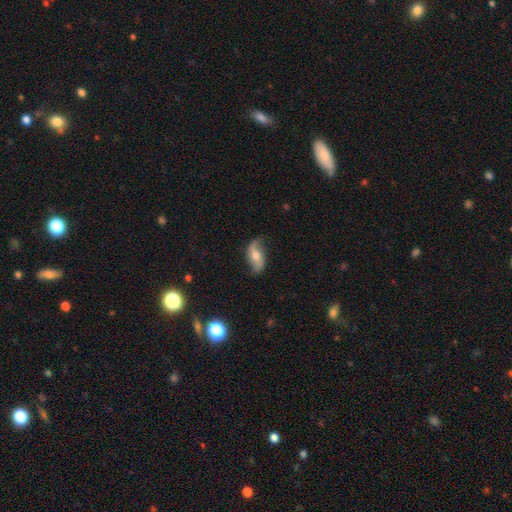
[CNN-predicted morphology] This is likely a featured or disk galaxy (67%). It is clearly not viewed edge-on (91%). Bar: possibly no (50%). Spiral arm pattern: clearly yes (89%). Spiral arm count: clearly 2 (91%). Spiral winding: likely loose (79%). Central bulge: likely moderate (66%). Merging: likely none (75%).